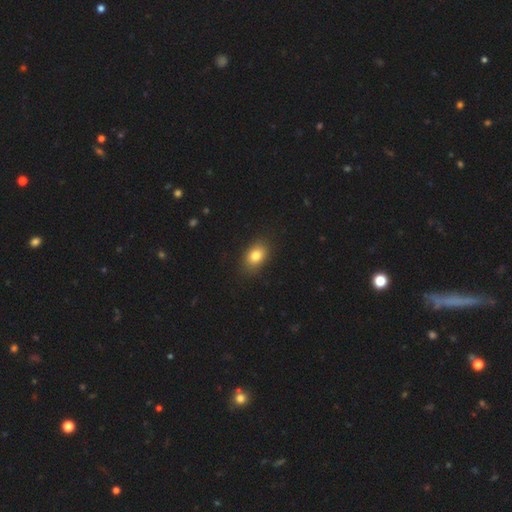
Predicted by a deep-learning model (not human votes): The model was most divided on "how rounded": in between: 80%, round: 19%, cigar-shaped: 2%. More confident: merging — none (86%); smooth or featured — smooth (82%).